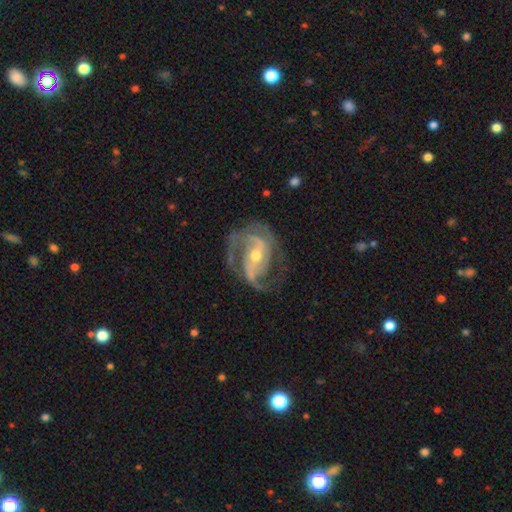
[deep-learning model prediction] Smooth or featured? featured or disk (91%)
Edge-on disk? no (97%)
Bar? weak (40%)
Spiral arms? yes (97%)
Spiral winding? medium (53%)
Spiral arm count? 2 (66%)
Bulge size? moderate (60%)
Merging? none (66%)